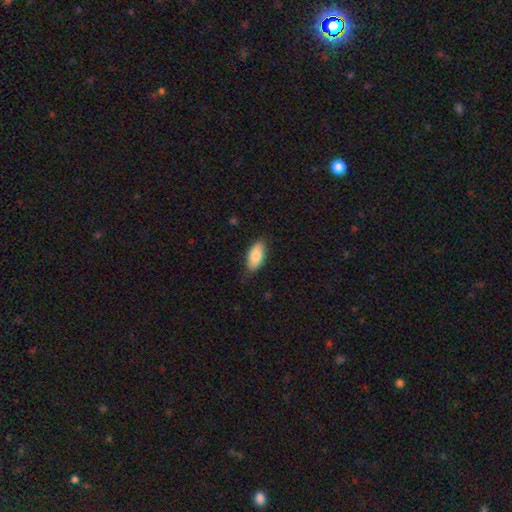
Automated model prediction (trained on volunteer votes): This is clearly a smooth galaxy (83%). How rounded: clearly in between (89%). Merging: clearly none (81%).